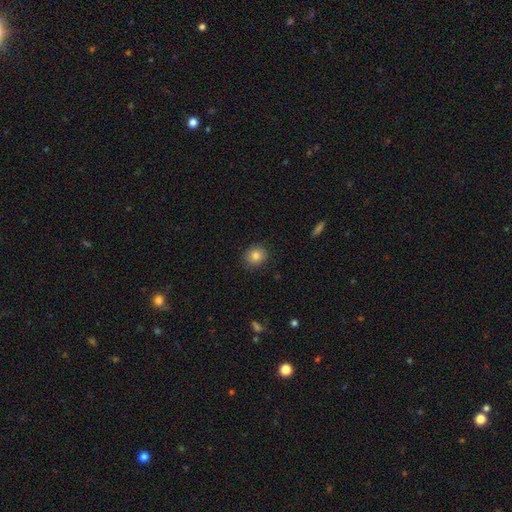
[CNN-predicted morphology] smooth 83%, star or artifact 10%, featured or disk 7%. Down the decision tree: how rounded — round (78%); merging — none (87%).